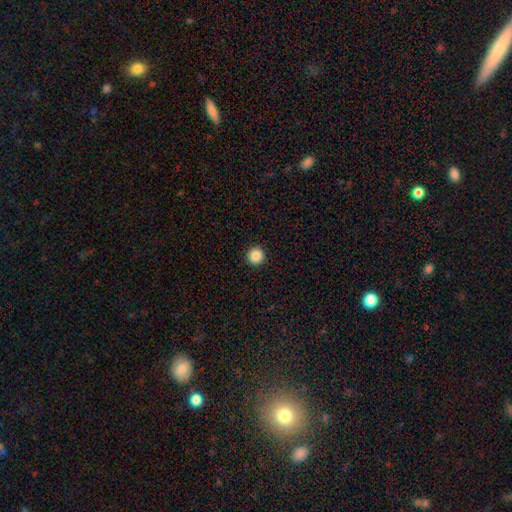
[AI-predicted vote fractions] Morphology: type=smooth (88%); roundness=round (94%); merging=none (93%).